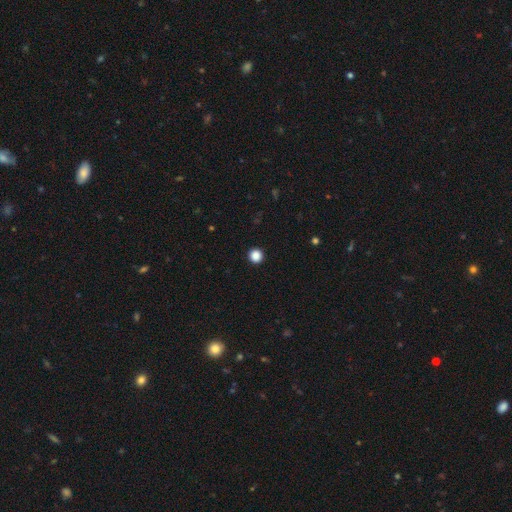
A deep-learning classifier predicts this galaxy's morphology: This is clearly a smooth galaxy (87%). How rounded: clearly round (95%). Merging: clearly none (94%).